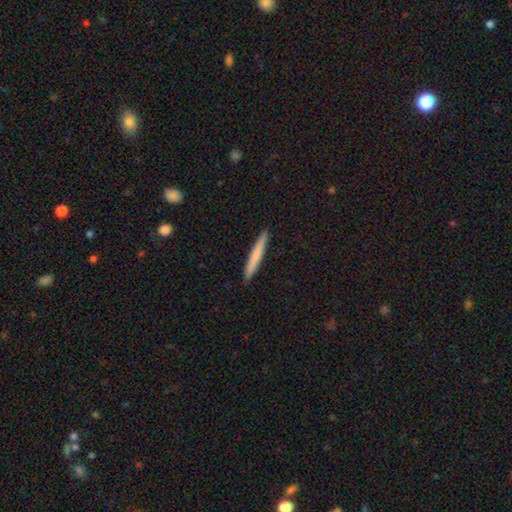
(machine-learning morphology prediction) smooth_or_featured: smooth (p=0.70) [alt: featured or disk p=0.24]
how_rounded: cigar-shaped (p=0.97) [alt: in between p=0.02]
merging: none (p=0.92) [alt: minor disturbance p=0.05]